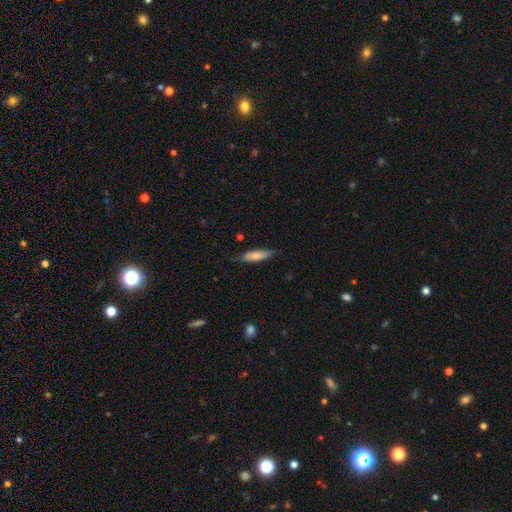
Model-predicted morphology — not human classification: This is likely a smooth galaxy (76%). How rounded: likely cigar-shaped (65%). Merging: likely none (79%).